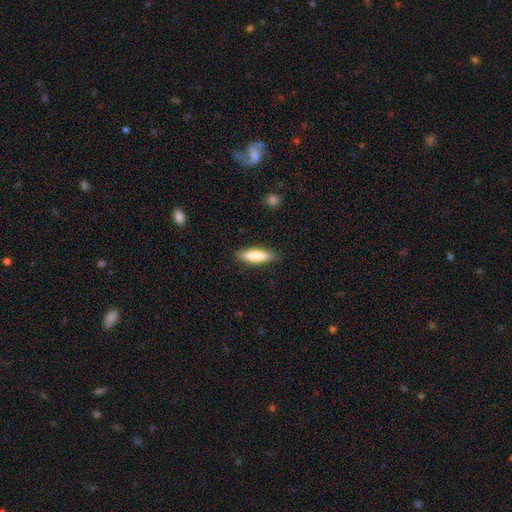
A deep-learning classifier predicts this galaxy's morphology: Smooth or featured: smooth — 81% (featured or disk — 13%)
How rounded: cigar-shaped — 57% (in between — 41%)
Merging: none — 87% (minor disturbance — 9%)